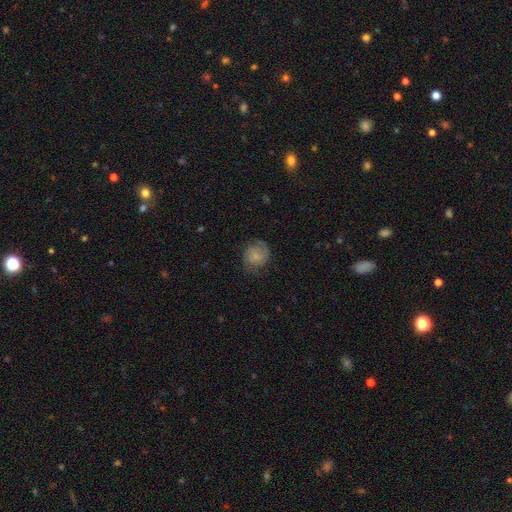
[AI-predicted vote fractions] Morphology: type=featured or disk (47%); merging=none (67%).